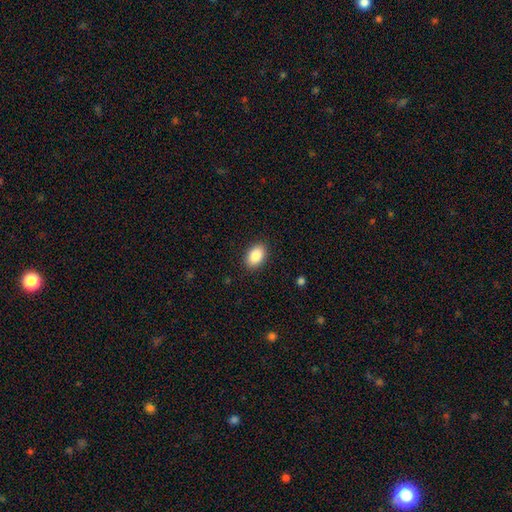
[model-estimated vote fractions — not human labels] A smooth galaxy with no disk features (87%) that is in between round and cigar-shaped (88%). Merging: none (89%).